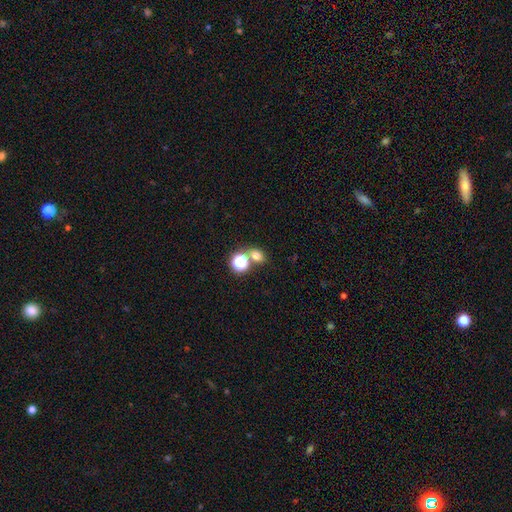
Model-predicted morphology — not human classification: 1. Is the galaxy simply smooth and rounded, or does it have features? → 71% smooth, 21% star or artifact, 8% featured or disk.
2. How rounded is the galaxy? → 50% round, 49% in between, 1% cigar-shaped.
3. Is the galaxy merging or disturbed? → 61% none, 27% merger, 9% minor disturbance, 4% major disturbance.